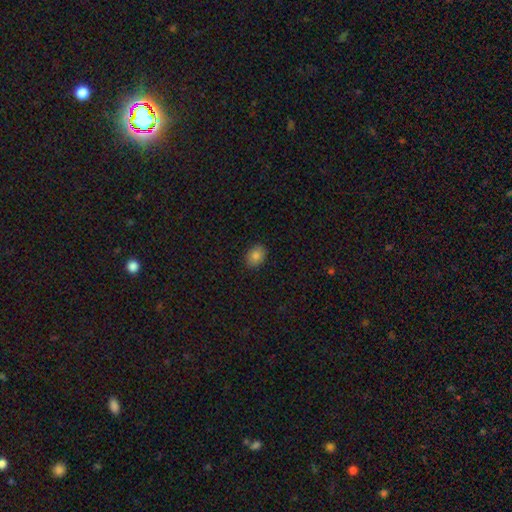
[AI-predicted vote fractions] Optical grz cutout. It shows a smooth galaxy with no disk features (84%) that is in between round and cigar-shaped (75%). Merging: none (88%).